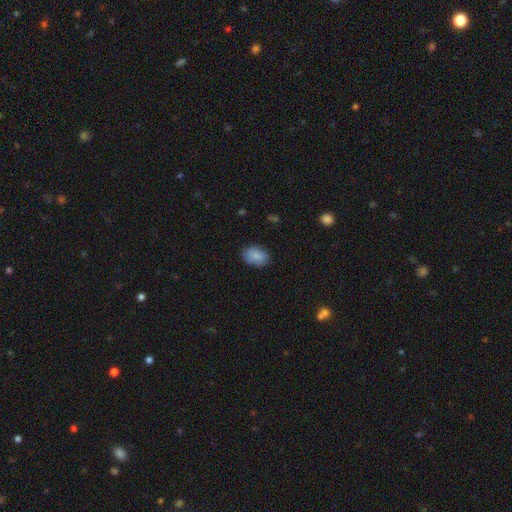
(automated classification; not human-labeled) Smooth or featured: smooth — 88% (star or artifact — 7%)
How rounded: in between — 87% (round — 12%)
Merging: none — 85% (minor disturbance — 11%)